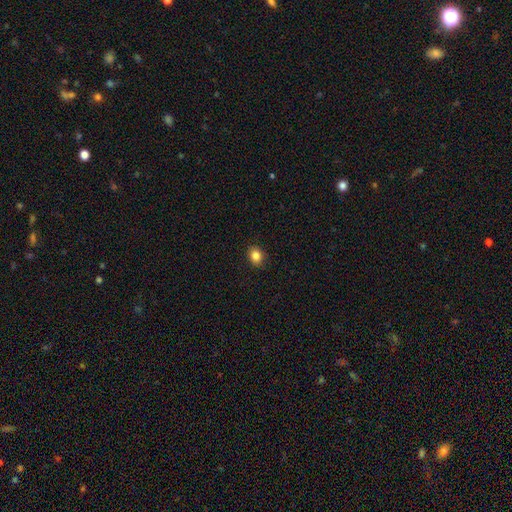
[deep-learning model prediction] This appears to be a smooth galaxy with no disk features (85%) that is in between round and cigar-shaped (51%). Merging: none (89%).